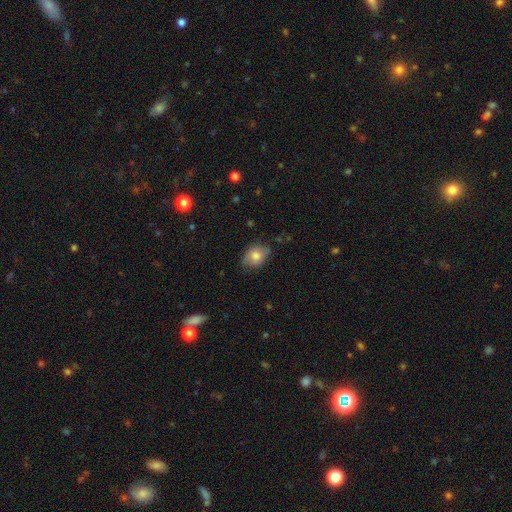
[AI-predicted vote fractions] A smooth galaxy with no disk features (76%) that is in between round and cigar-shaped (62%).

Vote fractions:
- Smooth or featured? smooth: 76% / featured or disk: 16% / star or artifact: 8%
- How rounded? in between: 62% / round: 37% / cigar-shaped: 1%
- Merging? none: 71% / minor disturbance: 23% / major disturbance: 5% / merger: 1%